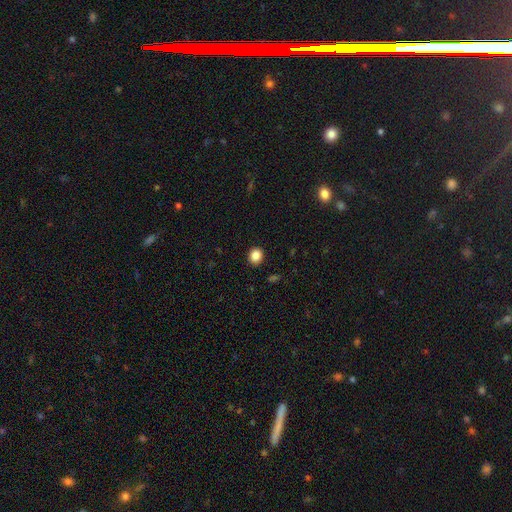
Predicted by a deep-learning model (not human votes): Q: Smooth or featured?
A: smooth (87%); runner-up: star or artifact (10%)
Q: How rounded?
A: round (68%); runner-up: in between (31%)
Q: Merging?
A: none (90%); runner-up: minor disturbance (7%)